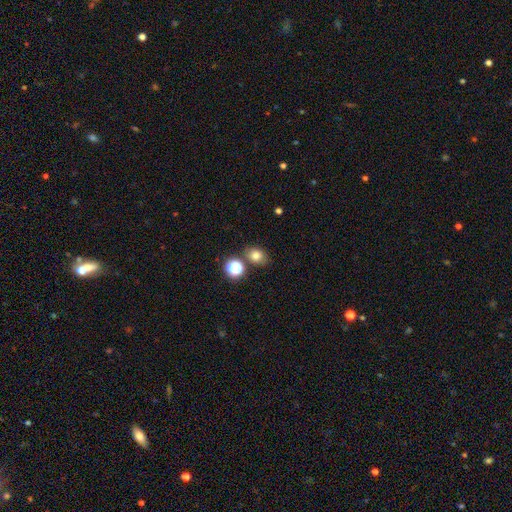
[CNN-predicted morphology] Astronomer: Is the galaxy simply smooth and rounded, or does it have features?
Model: smooth — 76%.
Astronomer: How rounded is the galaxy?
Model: in between — 51% (runner-up: round, 48%).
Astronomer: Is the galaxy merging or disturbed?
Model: none — 75%.